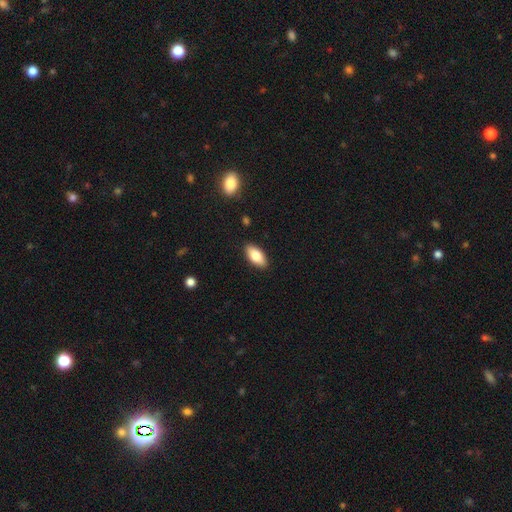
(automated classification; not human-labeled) A smooth galaxy with no disk features (80%) that is in between round and cigar-shaped (89%).

Vote fractions:
- Smooth or featured? smooth: 80% / featured or disk: 13% / star or artifact: 6%
- How rounded? in between: 89% / cigar-shaped: 9% / round: 2%
- Merging? none: 89% / minor disturbance: 8% / major disturbance: 2% / merger: 1%